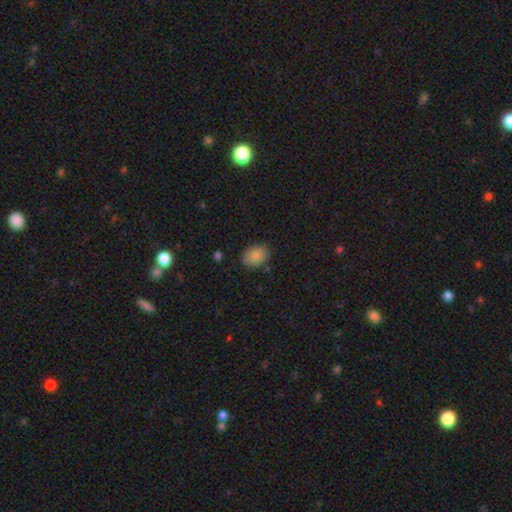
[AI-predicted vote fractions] Morphology: type=smooth (85%); roundness=in between (74%); merging=none (84%).